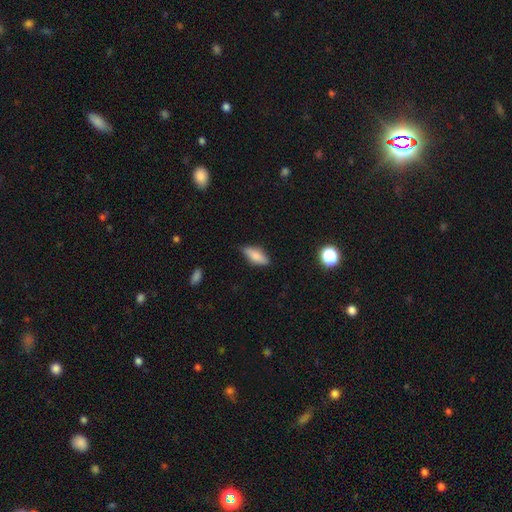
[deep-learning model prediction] smooth 76%, featured or disk 16%, star or artifact 7%. Down the decision tree: how rounded — in between (70%); merging — none (78%).